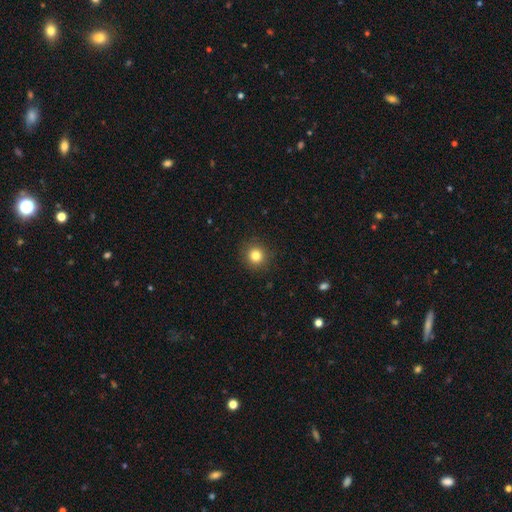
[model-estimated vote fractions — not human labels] This appears to be a smooth galaxy with no disk features (82%) that is round (92%). Merging: none (91%).